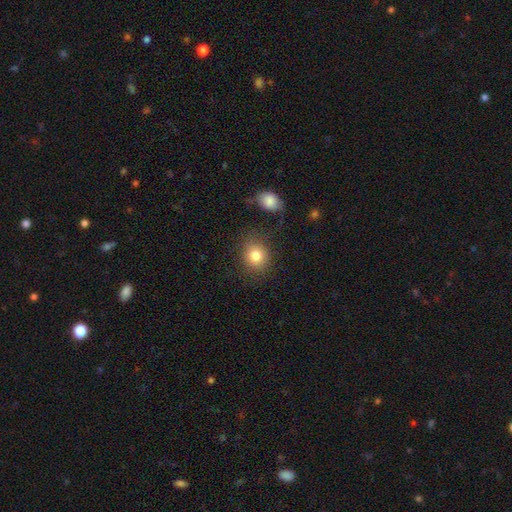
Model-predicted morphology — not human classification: smooth 83%, star or artifact 10%, featured or disk 7%. Down the decision tree: how rounded — round (76%); merging — none (77%).